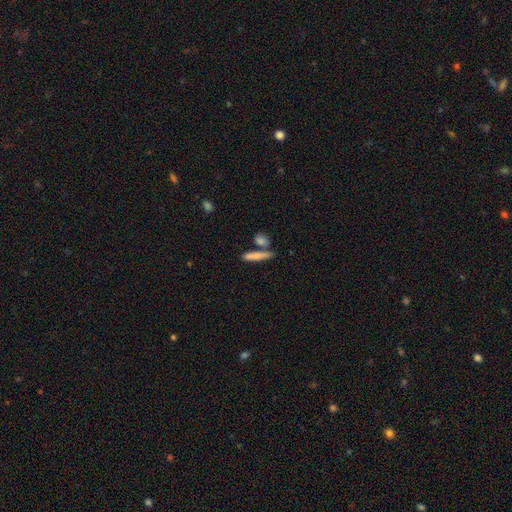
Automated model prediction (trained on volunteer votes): This appears to be a smooth galaxy with no disk features (77%) that is cigar-shaped (80%). Merging: none (66%).